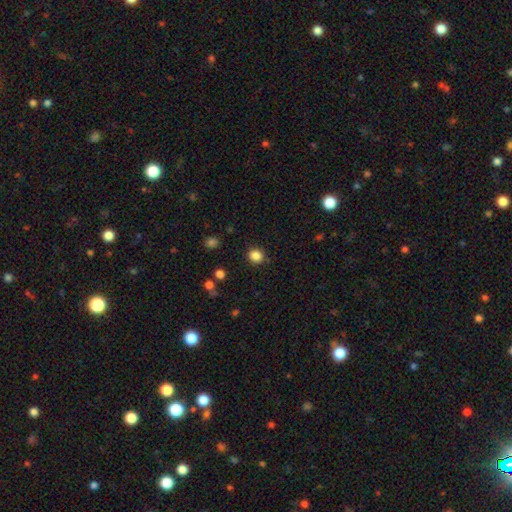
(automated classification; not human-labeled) smooth 85%, star or artifact 11%, featured or disk 4%. Down the decision tree: how rounded — round (82%); merging — none (89%).